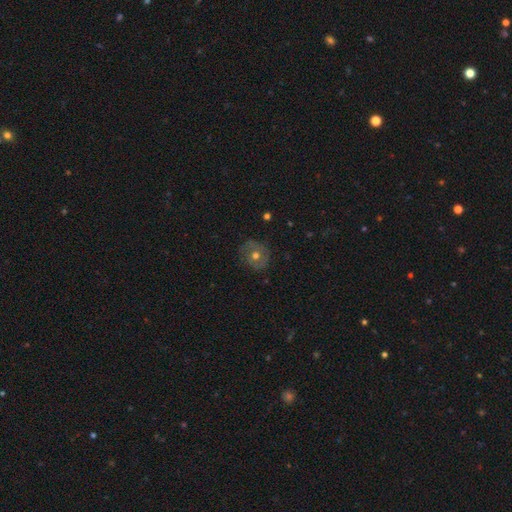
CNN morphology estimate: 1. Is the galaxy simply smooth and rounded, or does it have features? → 45% featured or disk, 43% smooth, 12% star or artifact.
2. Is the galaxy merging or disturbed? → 79% none, 15% minor disturbance, 5% major disturbance, 1% merger.